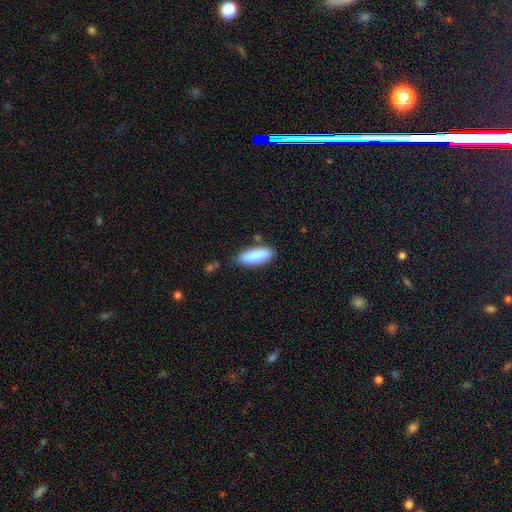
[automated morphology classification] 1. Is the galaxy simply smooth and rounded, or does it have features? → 88% smooth, 6% featured or disk, 6% star or artifact.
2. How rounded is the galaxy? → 55% in between, 43% cigar-shaped, 2% round.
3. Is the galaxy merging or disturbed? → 80% none, 13% minor disturbance, 3% merger, 3% major disturbance.